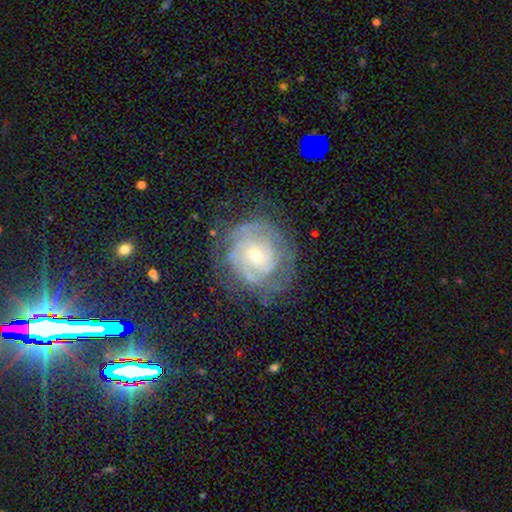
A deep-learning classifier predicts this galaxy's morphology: The model was most divided on "spiral arm count": can't tell: 48%, 2: 20%, 3: 13%, 4: 9%, more than 4: 5%, 1: 5%. More confident: edge-on disk — no (97%); spiral arms — yes (87%); smooth or featured — featured or disk (79%); merging — none (67%); bar — no (67%); spiral winding — tight (67%); bulge size — small (65%).